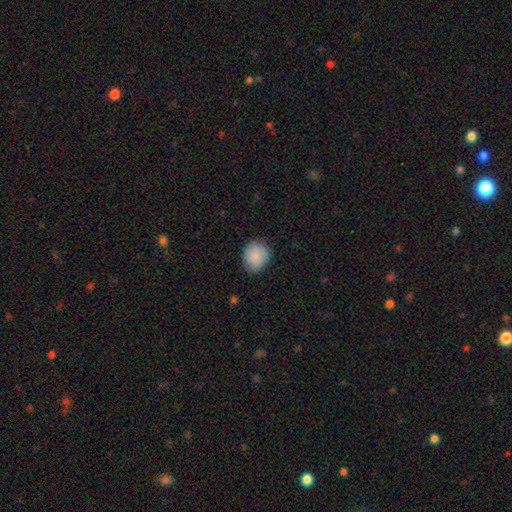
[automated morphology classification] Smooth or featured? Predicted: smooth (p=0.86). How rounded? Predicted: round (p=0.75). Merging? Predicted: none (p=0.81).